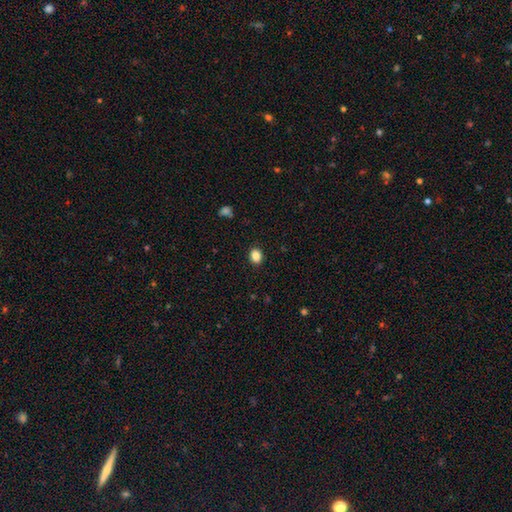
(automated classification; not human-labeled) Q: Smooth or featured?
A: smooth (87%); runner-up: star or artifact (10%)
Q: How rounded?
A: in between (56%); runner-up: round (43%)
Q: Merging?
A: none (90%); runner-up: minor disturbance (7%)